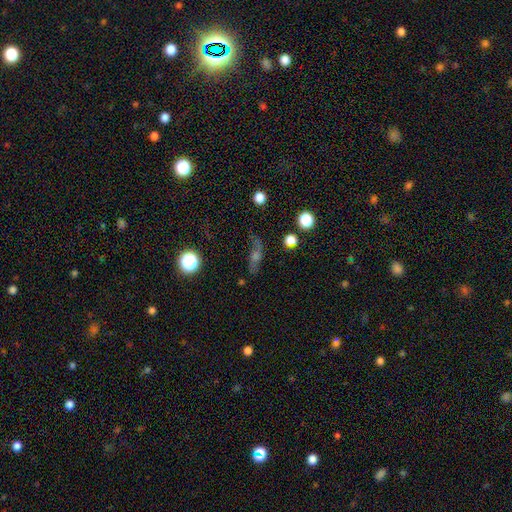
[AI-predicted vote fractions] This is possibly a featured or disk galaxy (51%). It is likely not viewed edge-on (71%). Merging: likely none (67%).